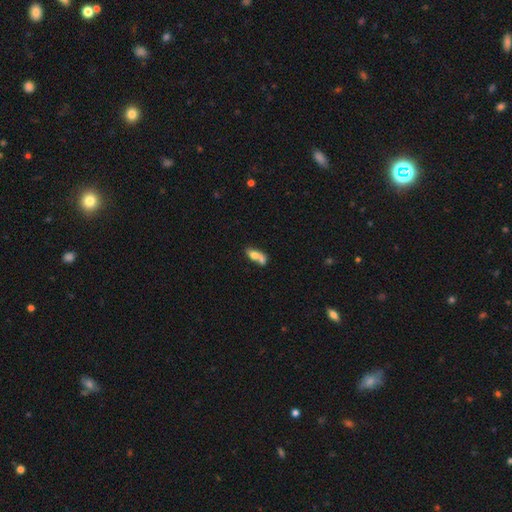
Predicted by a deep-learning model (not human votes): The model was most divided on "merging": merger: 58%, none: 24%, minor disturbance: 11%, major disturbance: 8%. More confident: how rounded — in between (77%); smooth or featured — smooth (66%).